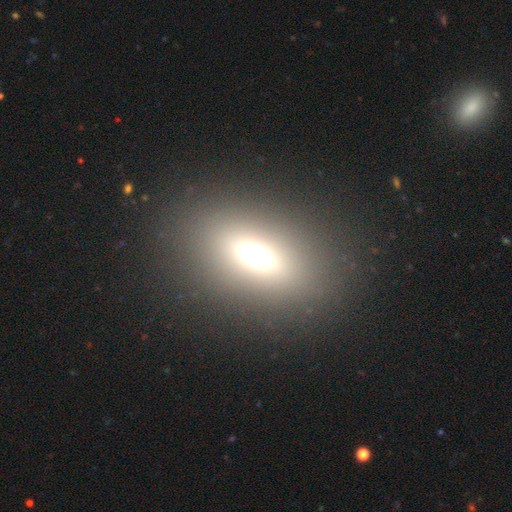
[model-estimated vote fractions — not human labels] smooth-or-featured: smooth: 57% | star or artifact: 23% | featured or disk: 20%
  how-rounded: in between: 77% | round: 18% | cigar-shaped: 5%
  merging: none: 83% | minor disturbance: 8% | major disturbance: 6% | merger: 2%